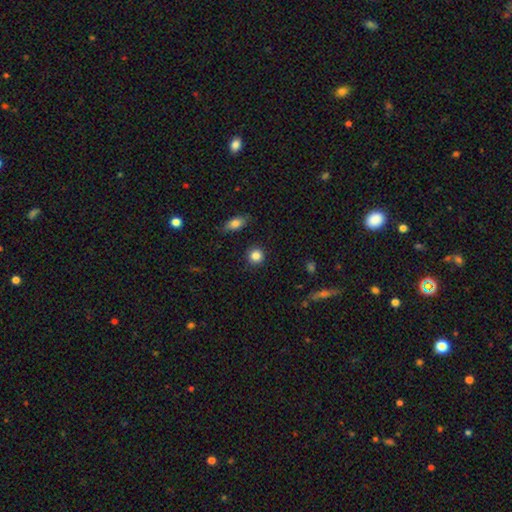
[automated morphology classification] A smooth galaxy with no disk features (86%) that is round (90%).

Vote fractions:
- Smooth or featured? smooth: 86% / star or artifact: 10% / featured or disk: 5%
- How rounded? round: 90% / in between: 9% / cigar-shaped: 1%
- Merging? none: 89% / minor disturbance: 7% / major disturbance: 2% / merger: 2%